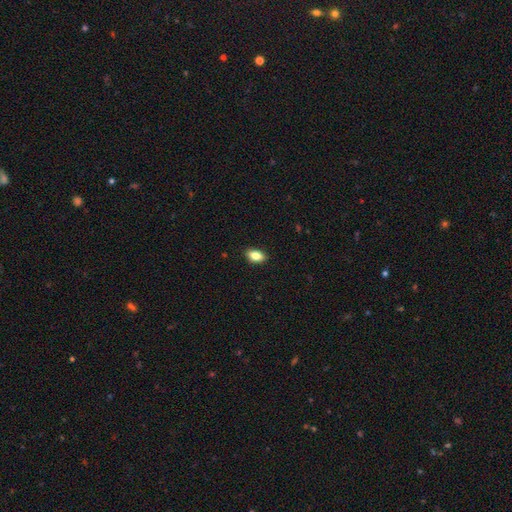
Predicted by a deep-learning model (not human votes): Smooth or featured?
  - smooth: 82% *
  - featured or disk: 9%
  - star or artifact: 8%
How rounded?
  - in between: 88% *
  - round: 9%
  - cigar-shaped: 4%
Merging?
  - none: 89% *
  - minor disturbance: 9%
  - major disturbance: 2%
  - merger: 1%